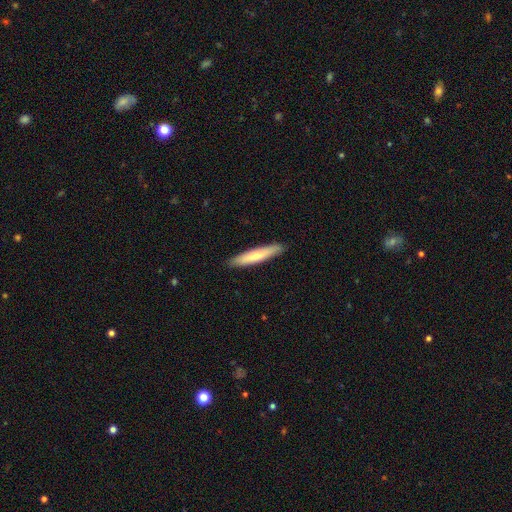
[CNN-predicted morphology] This is likely a smooth galaxy (67%). How rounded: clearly cigar-shaped (92%). Merging: clearly none (90%).